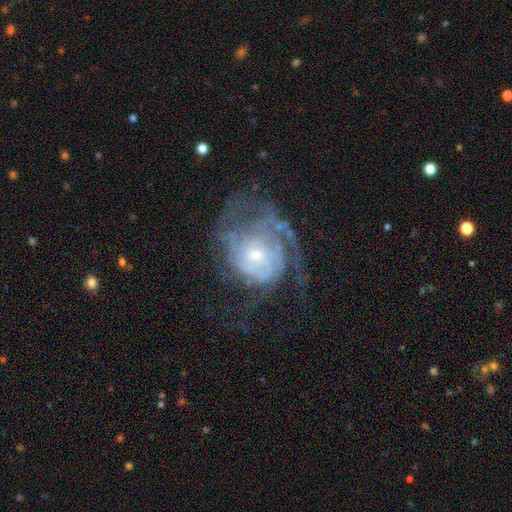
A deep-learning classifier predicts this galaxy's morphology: smooth-or-featured: featured or disk: 82% | smooth: 11% | star or artifact: 7%
  disk-edge-on: no: 97% | yes: 3%
    bar: no: 71% | weak: 24% | strong: 4%
    has-spiral-arms: yes: 88% | no: 12%
      spiral-winding: tight: 53% | medium: 32% | loose: 15%
      spiral-arm-count: can't tell: 42% | 2: 22% | 3: 14% | 1: 9% | 4: 8% | more than 4: 5%
    bulge-size: small: 61% | moderate: 33% | large: 3% | none: 2% | dominant: 1%
  merging: none: 44% | major disturbance: 36% | minor disturbance: 18% | merger: 3%